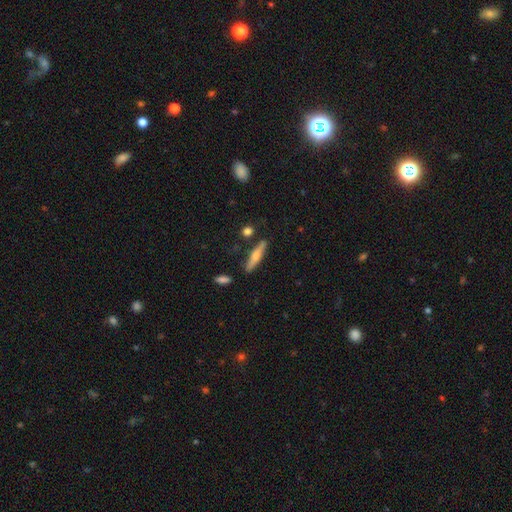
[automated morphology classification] smooth 53%, featured or disk 41%, star or artifact 6%. Down the decision tree: how rounded — cigar-shaped (85%); merging — none (84%).